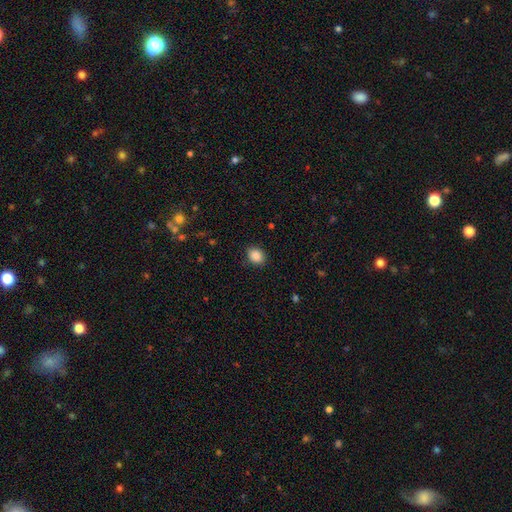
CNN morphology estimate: smooth_or_featured: smooth (p=0.88) [alt: star or artifact p=0.09]
how_rounded: in between (p=0.54) [alt: round p=0.46]
merging: none (p=0.87) [alt: minor disturbance p=0.09]